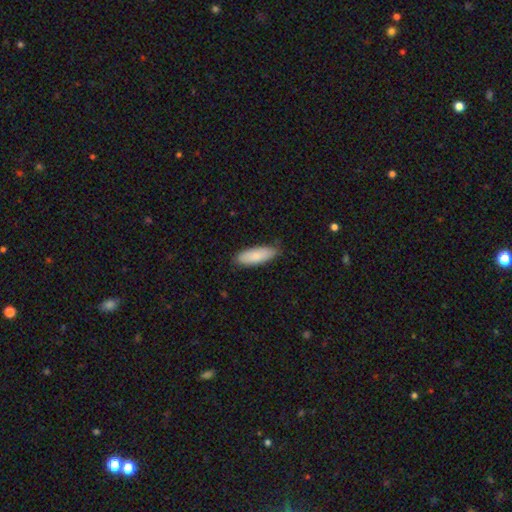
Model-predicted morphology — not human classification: This is clearly a smooth galaxy (84%). How rounded: likely in between (64%). Merging: clearly none (81%).